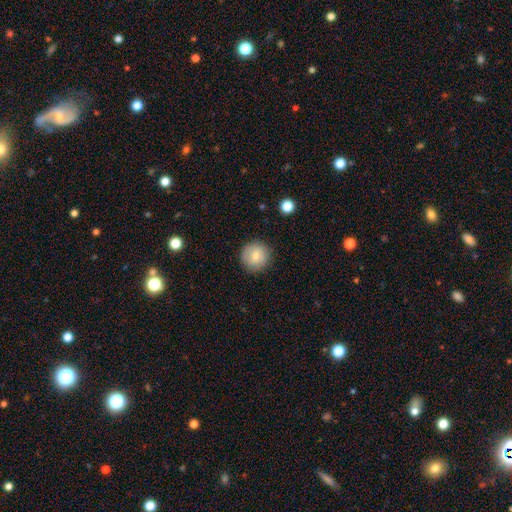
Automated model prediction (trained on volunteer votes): The model was most divided on "smooth or featured": smooth: 80%, featured or disk: 12%, star or artifact: 8%. More confident: how rounded — round (94%); merging — none (87%).